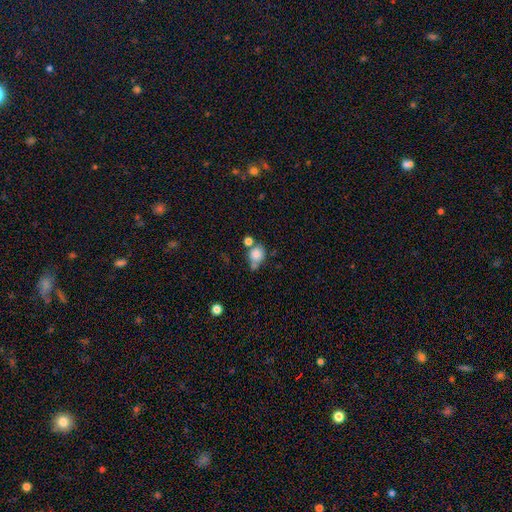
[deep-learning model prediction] Smooth or featured: smooth — 81% (star or artifact — 10%)
How rounded: round — 78% (in between — 21%)
Merging: none — 46% (merger — 31%)